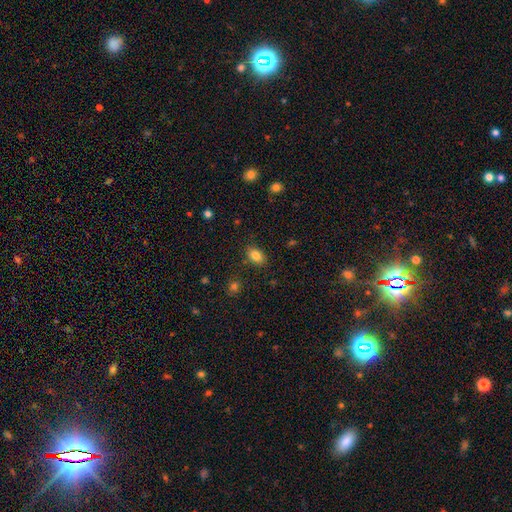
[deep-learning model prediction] Smooth or featured? Predicted: smooth (p=0.83). How rounded? Predicted: in between (p=0.86). Merging? Predicted: none (p=0.84).